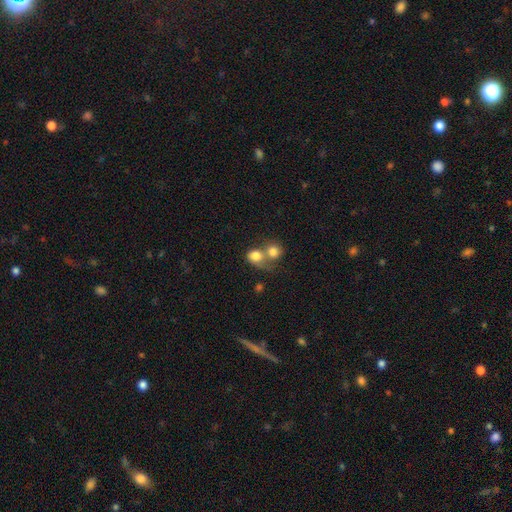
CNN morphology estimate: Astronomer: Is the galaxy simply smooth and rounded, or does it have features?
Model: smooth — 80%.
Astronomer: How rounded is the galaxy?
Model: round — 69%.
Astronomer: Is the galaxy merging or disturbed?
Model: merger — 63%.